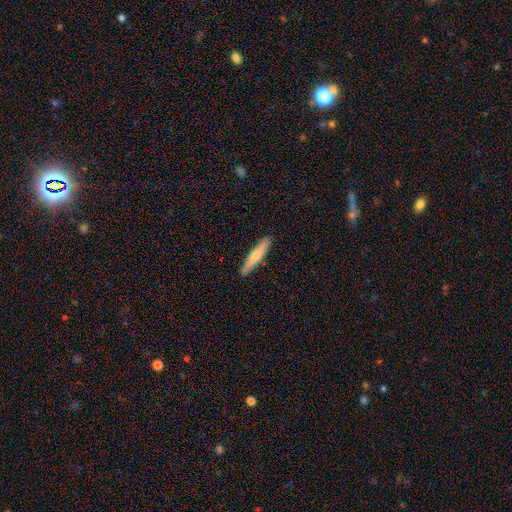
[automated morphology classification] smooth 69%, featured or disk 26%, star or artifact 5%. Down the decision tree: how rounded — cigar-shaped (89%); merging — none (90%).